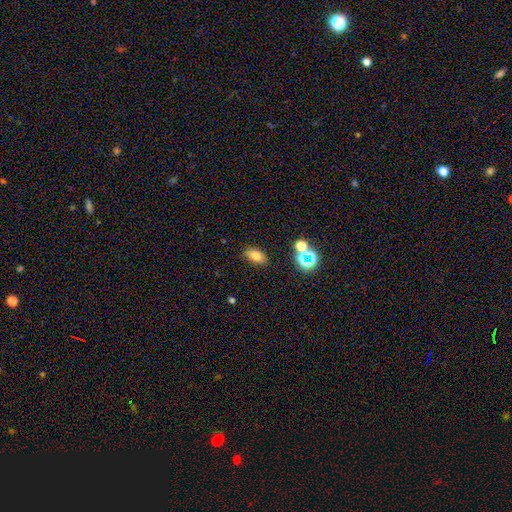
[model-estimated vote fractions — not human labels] Q: Smooth or featured?
A: smooth (74%); runner-up: star or artifact (14%)
Q: How rounded?
A: in between (85%); runner-up: round (9%)
Q: Merging?
A: none (81%); runner-up: minor disturbance (12%)